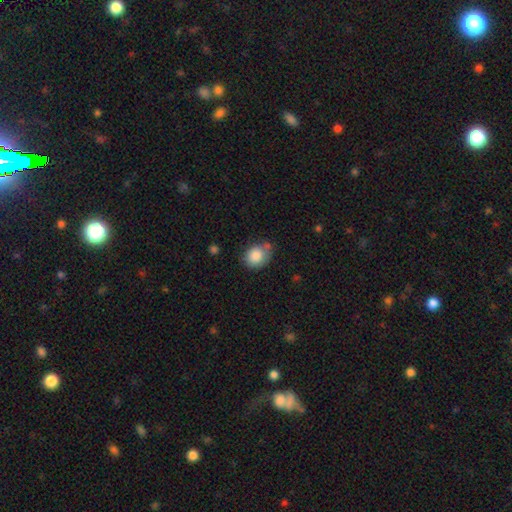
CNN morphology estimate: Q: Smooth or featured?
A: smooth (86%); runner-up: star or artifact (8%)
Q: How rounded?
A: round (60%); runner-up: in between (39%)
Q: Merging?
A: none (61%); runner-up: minor disturbance (24%)